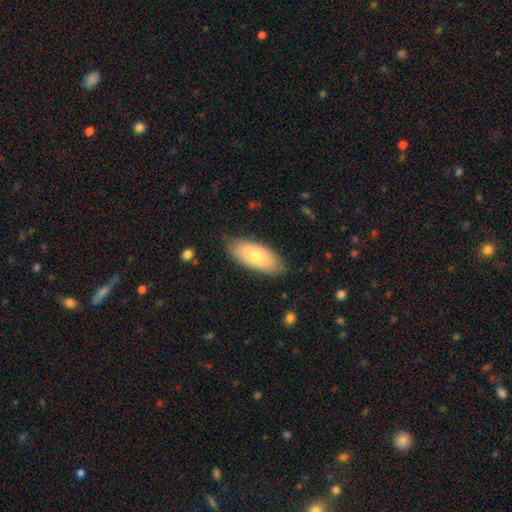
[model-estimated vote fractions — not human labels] The model was most divided on "smooth or featured": smooth: 76%, featured or disk: 18%, star or artifact: 6%. More confident: how rounded — in between (85%); merging — none (81%).